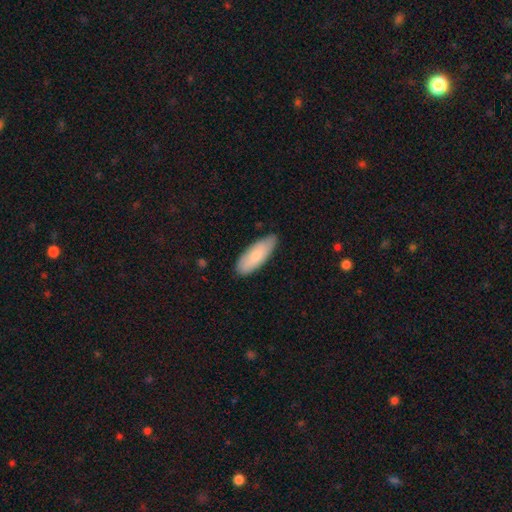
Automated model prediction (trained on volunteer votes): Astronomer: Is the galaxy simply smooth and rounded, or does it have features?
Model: smooth — 81%.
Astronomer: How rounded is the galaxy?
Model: in between — 71%.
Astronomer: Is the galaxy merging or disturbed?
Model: none — 81%.